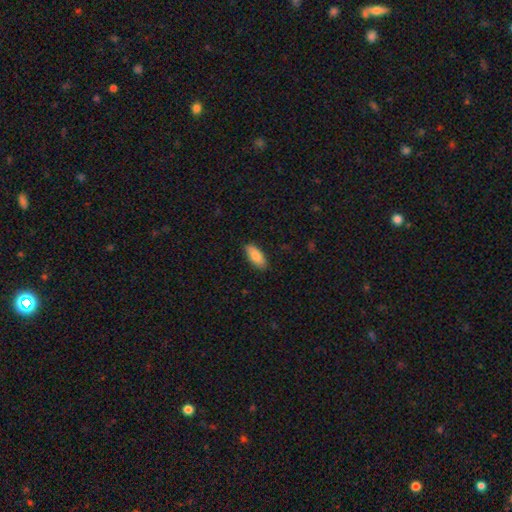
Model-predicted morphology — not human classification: Smooth or featured: smooth — 85% (featured or disk — 9%)
How rounded: in between — 83% (cigar-shaped — 15%)
Merging: none — 87% (minor disturbance — 10%)